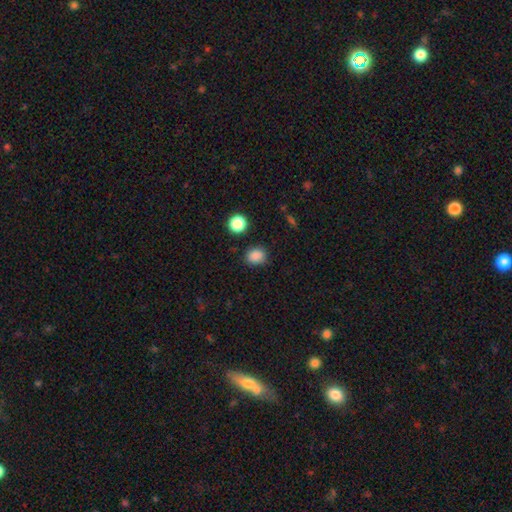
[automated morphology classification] A smooth galaxy with no disk features (84%) that is round (60%). Merging: none (82%).